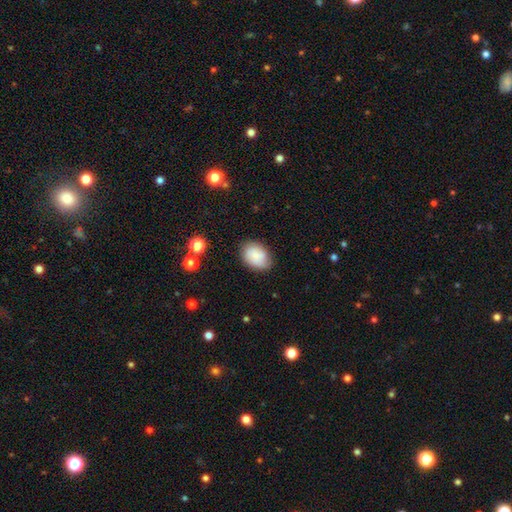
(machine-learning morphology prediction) Q: Smooth or featured?
A: smooth (83%); runner-up: featured or disk (10%)
Q: How rounded?
A: in between (76%); runner-up: round (22%)
Q: Merging?
A: none (76%); runner-up: minor disturbance (18%)